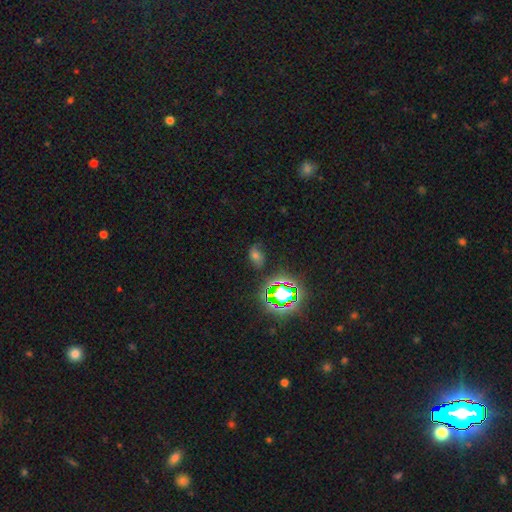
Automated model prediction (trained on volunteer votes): Smooth or featured? smooth (46%)
Merging? none (68%)